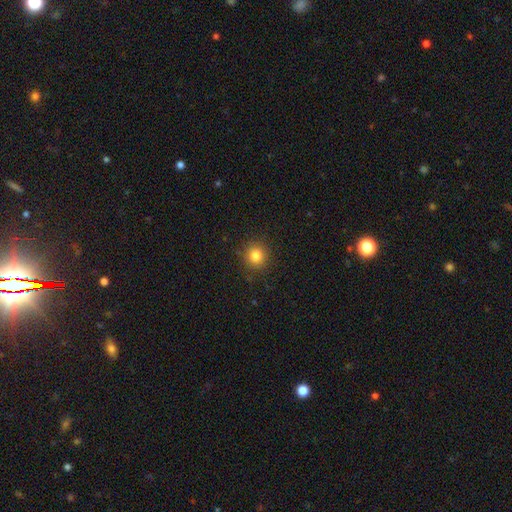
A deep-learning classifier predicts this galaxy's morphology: This appears to be a smooth galaxy with no disk features (82%) that is round (92%). Merging: none (90%).